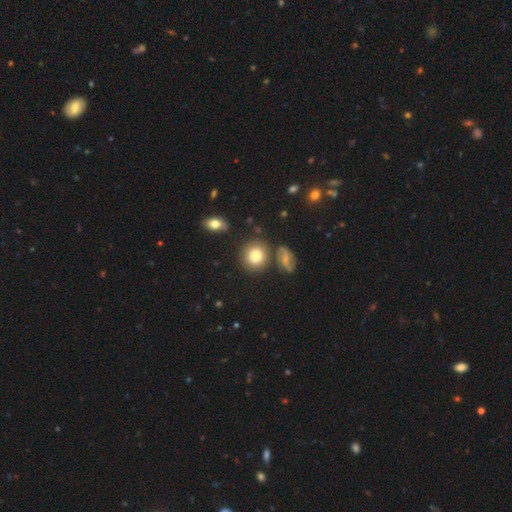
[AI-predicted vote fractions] Smooth or featured?
  - smooth: 75% *
  - featured or disk: 16%
  - star or artifact: 9%
How rounded?
  - round: 85% *
  - in between: 14%
  - cigar-shaped: 1%
Merging?
  - none: 73% *
  - minor disturbance: 12%
  - merger: 11%
  - major disturbance: 4%